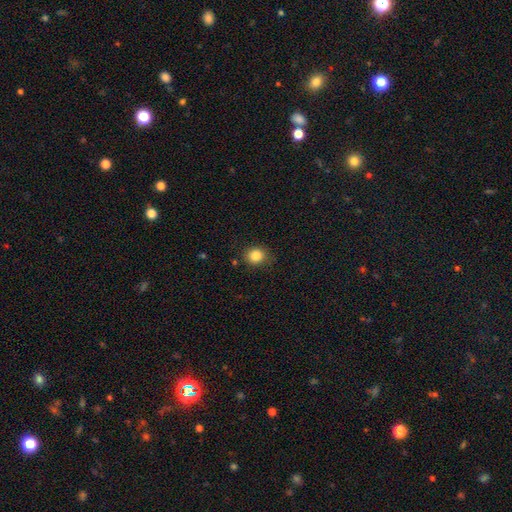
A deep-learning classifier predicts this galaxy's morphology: smooth 84%, star or artifact 11%, featured or disk 5%. Down the decision tree: how rounded — round (77%); merging — none (85%).